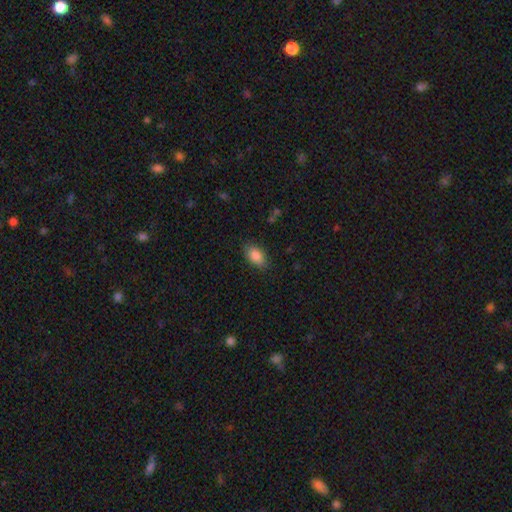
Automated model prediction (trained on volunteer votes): Smooth or featured: smooth — 87% (star or artifact — 7%)
How rounded: in between — 90% (round — 8%)
Merging: none — 83% (minor disturbance — 13%)